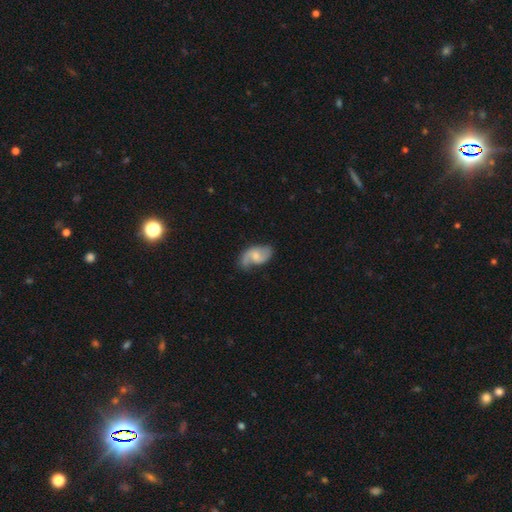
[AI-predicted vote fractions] A featured or disk galaxy (69%) with no bar (50%), 2 (81%) loose (52%) spiral arms (93%) and a moderate central bulge (42%, tied with small).

Vote fractions:
- Smooth or featured? featured or disk: 69% / smooth: 25% / star or artifact: 6%
- Edge-on disk? no: 97% / yes: 3%
- Bar? no: 50% / weak: 43% / strong: 7%
- Spiral arms? yes: 93% / no: 7%
- Spiral winding? loose: 52% / medium: 37% / tight: 11%
- Spiral arm count? 2: 81% / 1: 11% / can't tell: 5% / 3: 1% / 4: 1% / more than 4: 1%
- Bulge size? moderate: 42% (tied) / small: 42% (tied) / none: 10% / large: 4% / dominant: 1%
- Merging? none: 65% / minor disturbance: 24% / major disturbance: 10% / merger: 2%